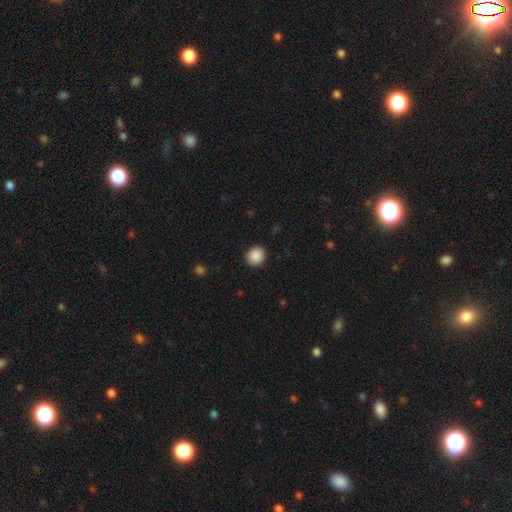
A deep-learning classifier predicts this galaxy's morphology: Smooth or featured: smooth — 89% (star or artifact — 8%)
How rounded: round — 82% (in between — 17%)
Merging: none — 91% (minor disturbance — 6%)